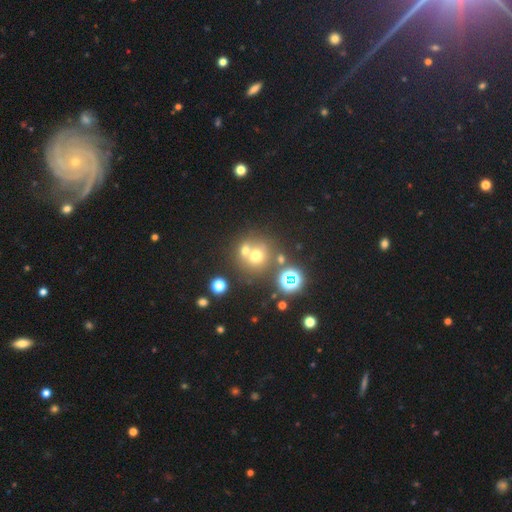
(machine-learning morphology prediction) This is likely a smooth galaxy (61%). How rounded: clearly round (87%). Merging: possibly none (50%).